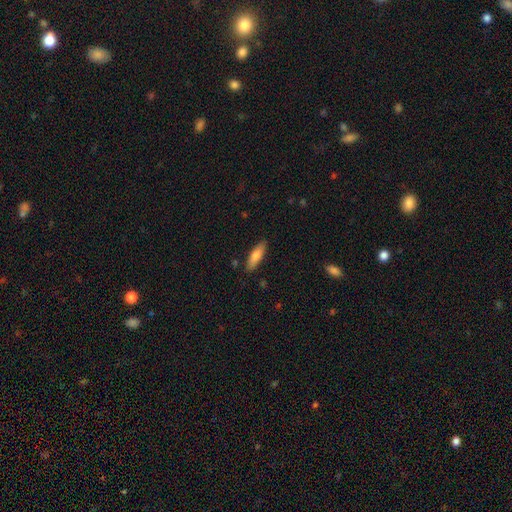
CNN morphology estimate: smooth_or_featured: smooth (p=0.78) [alt: featured or disk p=0.17]
how_rounded: cigar-shaped (p=0.56) [alt: in between p=0.42]
merging: none (p=0.86) [alt: minor disturbance p=0.10]